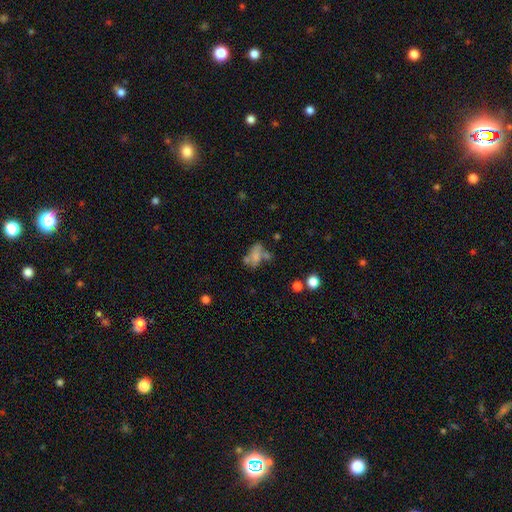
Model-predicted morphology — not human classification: The model was most divided on "merging": none: 31%, merger: 30%, major disturbance: 21%, minor disturbance: 19%. More confident: how rounded — in between (81%); smooth or featured — smooth (57%).